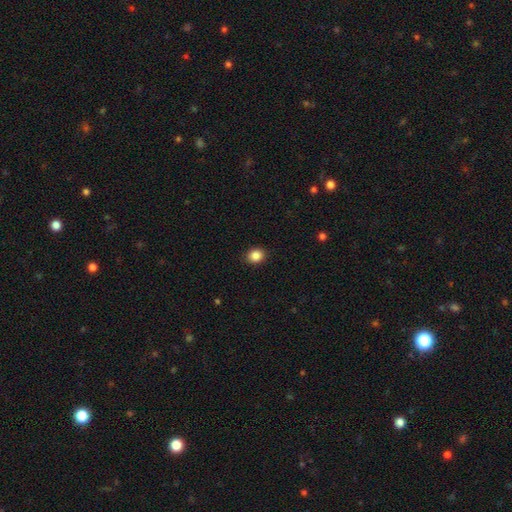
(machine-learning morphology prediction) Smooth or featured? Predicted: smooth (p=0.86). How rounded? Predicted: round (p=0.61). Merging? Predicted: none (p=0.90).